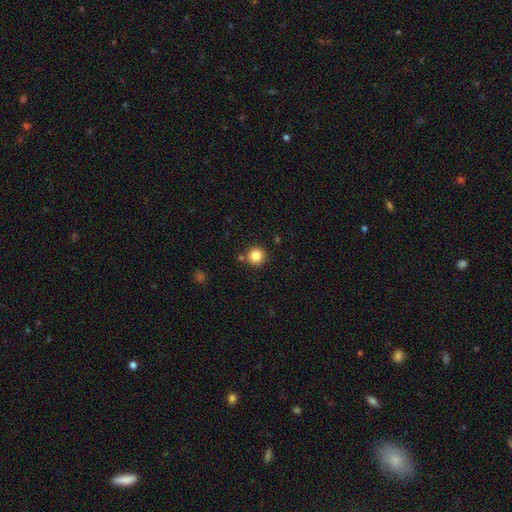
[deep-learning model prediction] A smooth galaxy with no disk features (84%) that is round (95%).

Vote fractions:
- Smooth or featured? smooth: 84% / star or artifact: 11% / featured or disk: 5%
- How rounded? round: 95% / in between: 4% / cigar-shaped: 1%
- Merging? none: 85% / minor disturbance: 7% / merger: 6% / major disturbance: 2%